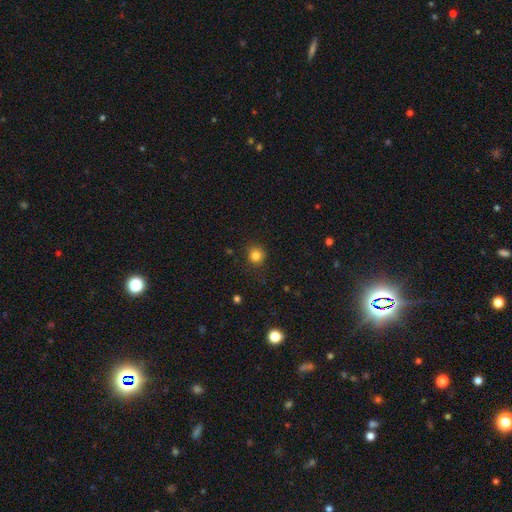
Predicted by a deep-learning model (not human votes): smooth 82%, star or artifact 13%, featured or disk 5%. Down the decision tree: how rounded — round (91%); merging — none (87%).